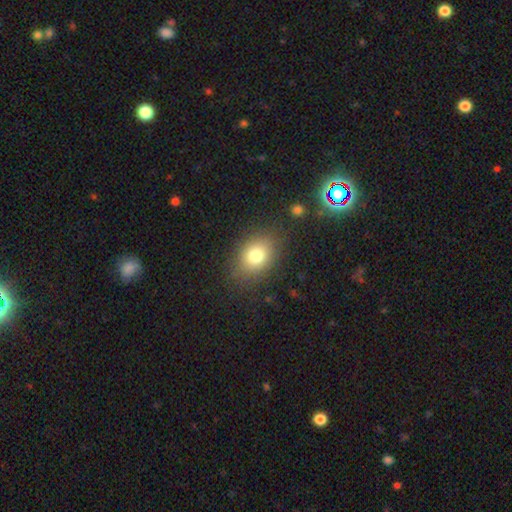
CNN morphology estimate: A smooth galaxy with no disk features (78%) that is in between round and cigar-shaped (65%). Merging: none (81%).